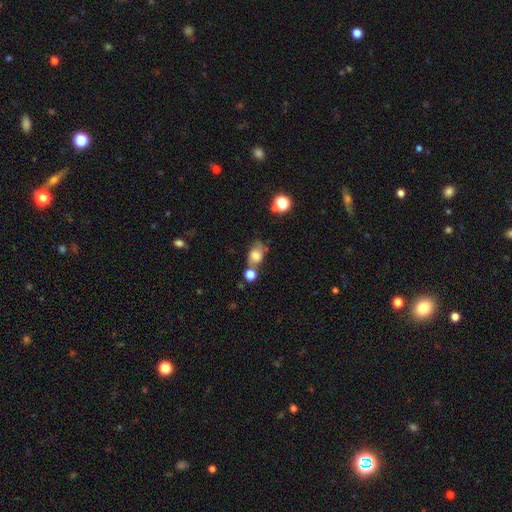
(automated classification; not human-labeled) Smooth or featured? smooth (64%)
How rounded? in between (69%)
Merging? none (47%)